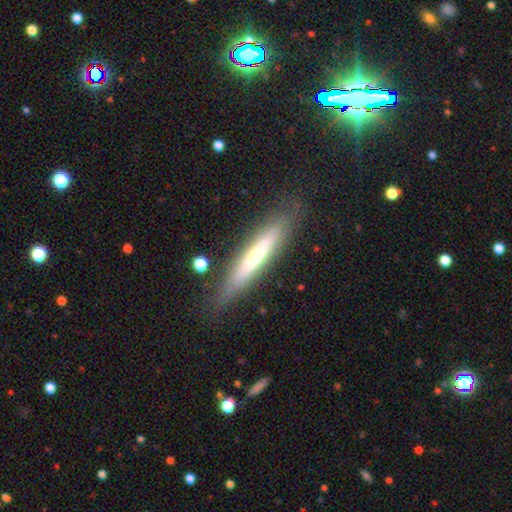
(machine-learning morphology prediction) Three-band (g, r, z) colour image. It shows a featured or disk galaxy (53%) viewed edge-on (87%). Merging: none (82%).